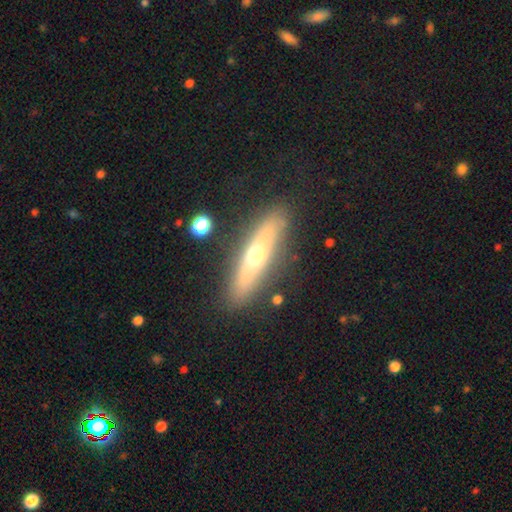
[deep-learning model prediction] The model was most divided on "smooth or featured": featured or disk: 52%, smooth: 40%, star or artifact: 7%. More confident: merging — none (84%); edge-on disk — yes (81%).